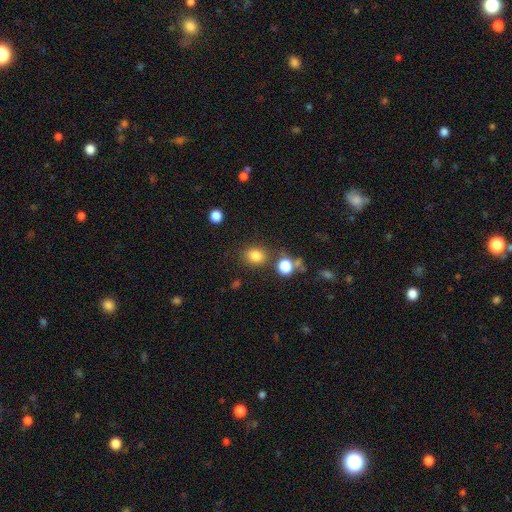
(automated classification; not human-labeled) Morphology: type=smooth (81%); roundness=round (60%); merging=none (76%).